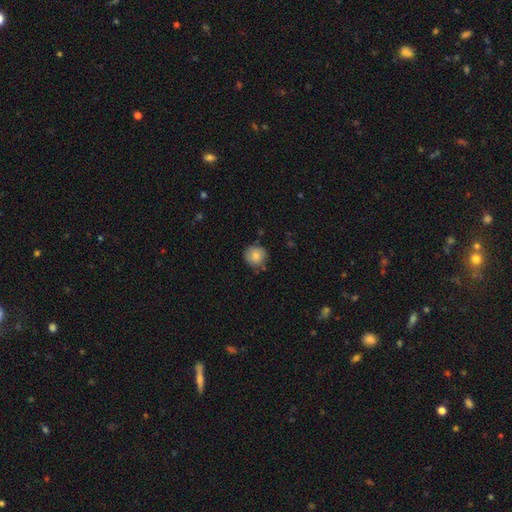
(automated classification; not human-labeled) This appears to be a smooth galaxy with no disk features (82%) that is round (90%). Merging: none (77%).